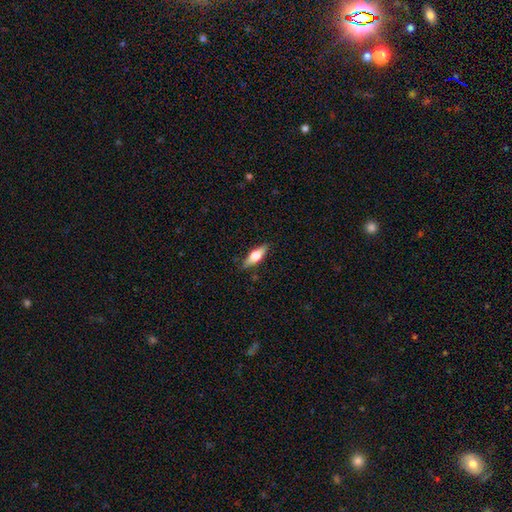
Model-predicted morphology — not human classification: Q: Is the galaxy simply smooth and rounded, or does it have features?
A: smooth — 55%.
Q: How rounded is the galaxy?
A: in between — 54%.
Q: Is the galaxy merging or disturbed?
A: none — 86%.